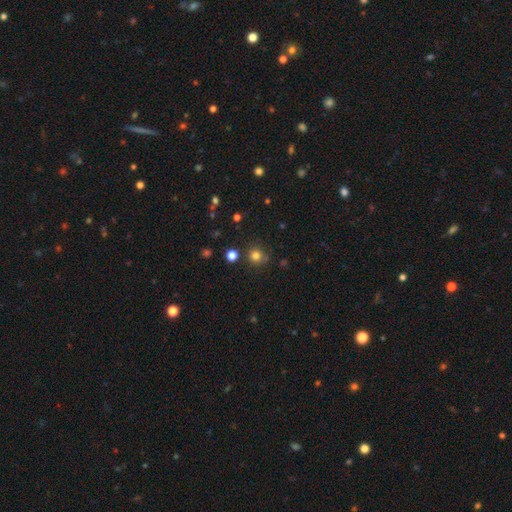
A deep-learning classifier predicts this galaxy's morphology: A smooth galaxy with no disk features (78%) that is round (92%).

Vote fractions:
- Smooth or featured? smooth: 78% / star or artifact: 16% / featured or disk: 6%
- How rounded? round: 92% / in between: 7% / cigar-shaped: 1%
- Merging? none: 82% / minor disturbance: 11% / merger: 5% / major disturbance: 3%